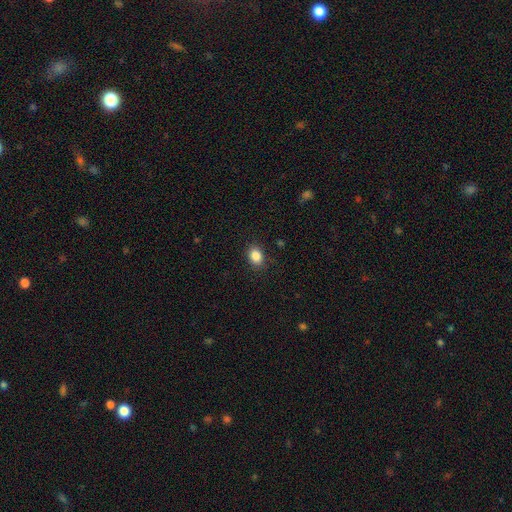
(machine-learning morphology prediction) Smooth or featured? smooth (86%)
How rounded? in between (66%)
Merging? none (87%)